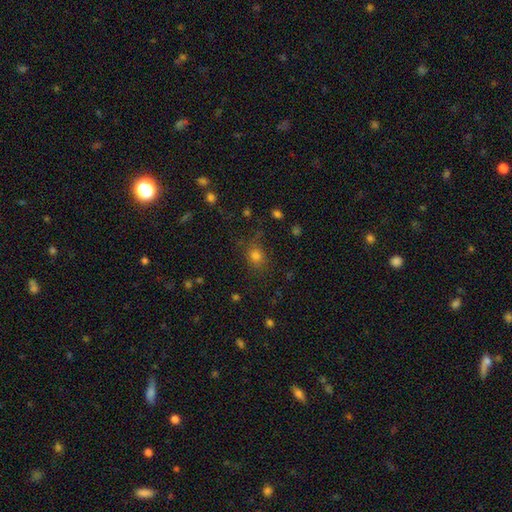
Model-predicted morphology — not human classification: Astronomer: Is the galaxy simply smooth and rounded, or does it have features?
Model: smooth — 73%.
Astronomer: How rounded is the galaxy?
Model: round — 64%.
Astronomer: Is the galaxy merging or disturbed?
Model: none — 77%.